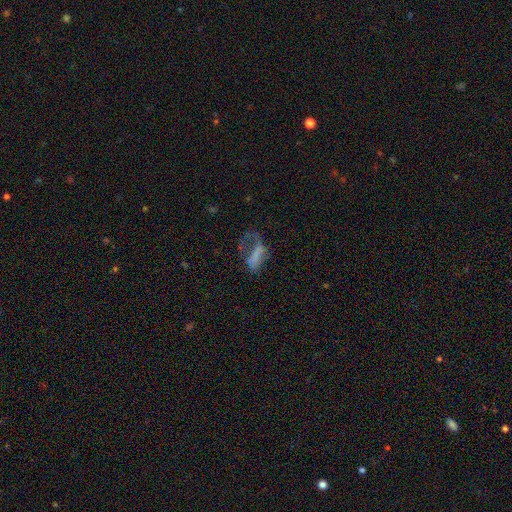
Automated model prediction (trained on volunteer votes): Smooth or featured? smooth (48%)
Merging? major disturbance (54%)